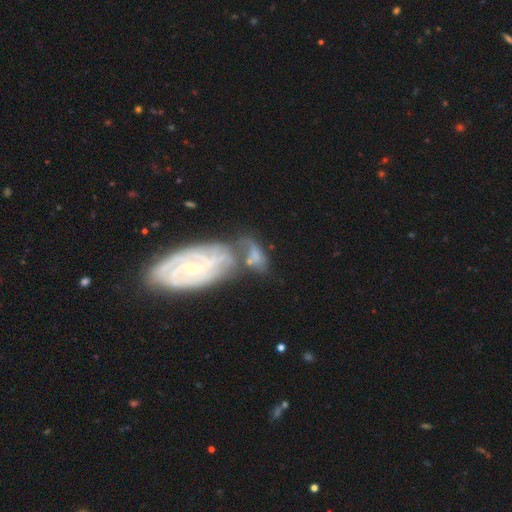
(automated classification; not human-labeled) Morphology: type=featured or disk (51%); edge-on=no (94%); merging=merger (43%).